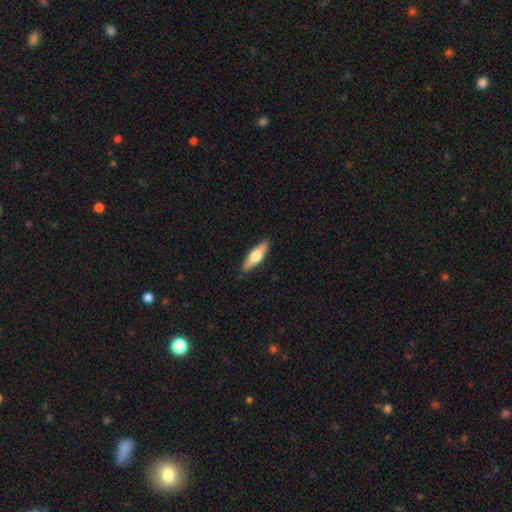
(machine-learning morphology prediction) A smooth galaxy with no disk features (58%) that is cigar-shaped (51%). Merging: none (88%).